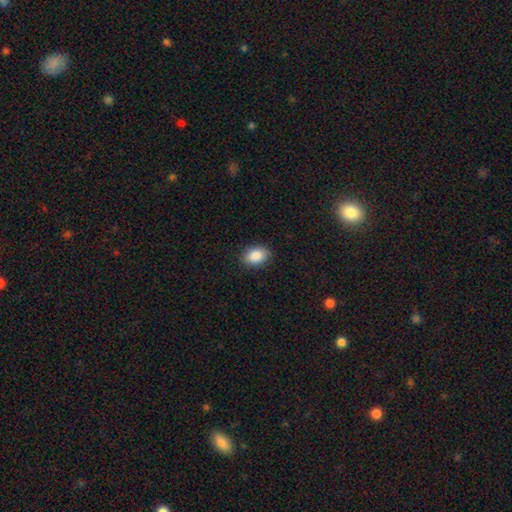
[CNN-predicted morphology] Smooth or featured? smooth (88%)
How rounded? in between (76%)
Merging? none (88%)